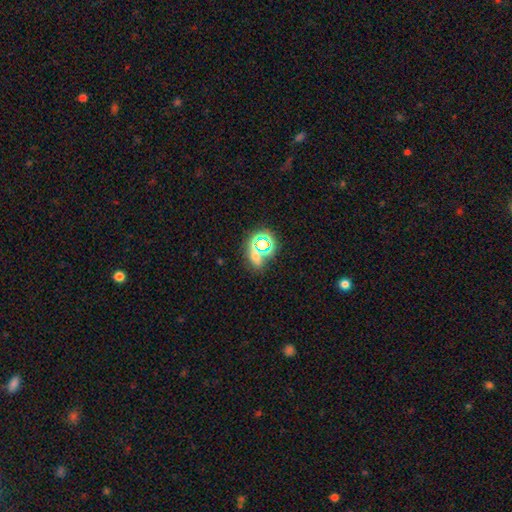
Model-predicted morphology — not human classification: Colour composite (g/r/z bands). It shows a star or artifact, not a galaxy (50%).